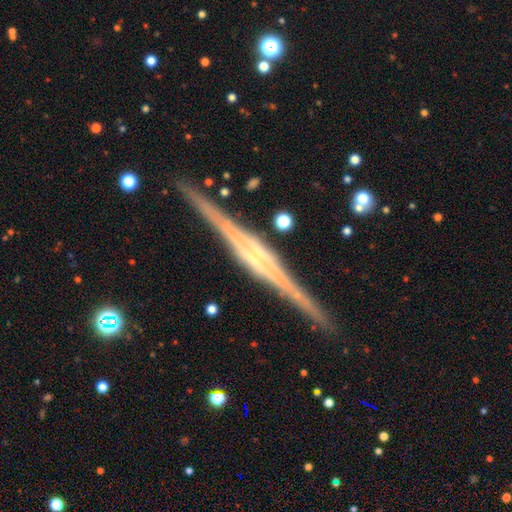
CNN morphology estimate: smooth_or_featured: featured or disk (p=0.89) [alt: smooth p=0.06]
disk_edge_on: yes (p=0.98) [alt: no p=0.02]
edge_on_bulge: boxy (p=0.52) [alt: rounded p=0.37]
merging: none (p=0.90) [alt: minor disturbance p=0.07]